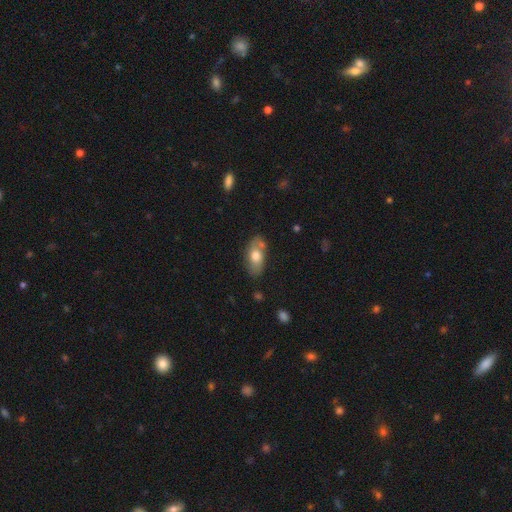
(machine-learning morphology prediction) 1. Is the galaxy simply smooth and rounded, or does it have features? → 68% smooth, 25% featured or disk, 7% star or artifact.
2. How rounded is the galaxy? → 88% in between, 7% cigar-shaped, 5% round.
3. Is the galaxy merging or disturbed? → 67% none, 19% minor disturbance, 9% merger, 5% major disturbance.